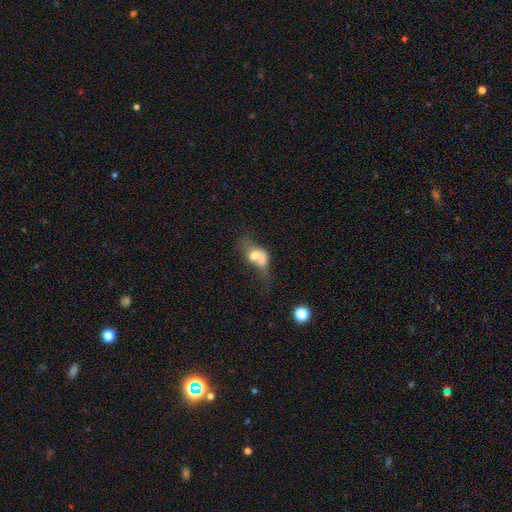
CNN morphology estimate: smooth-or-featured: smooth: 58% | featured or disk: 31% | star or artifact: 10%
  how-rounded: in between: 63% | round: 32% | cigar-shaped: 4%
  merging: merger: 55% | major disturbance: 20% | none: 14% | minor disturbance: 11%